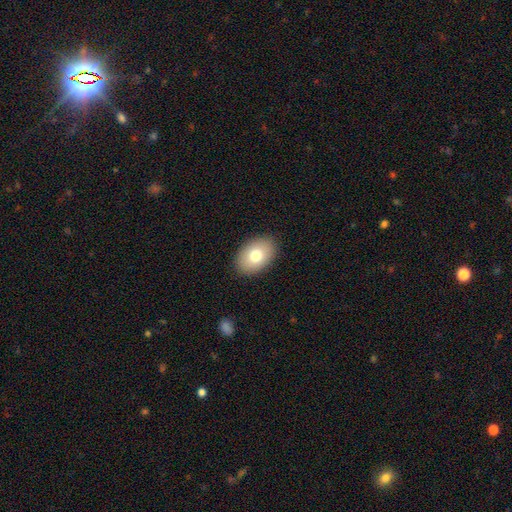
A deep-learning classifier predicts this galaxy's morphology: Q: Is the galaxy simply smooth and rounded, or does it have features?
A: smooth — 78%.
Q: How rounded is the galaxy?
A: in between — 86%.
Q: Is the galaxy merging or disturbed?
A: none — 89%.